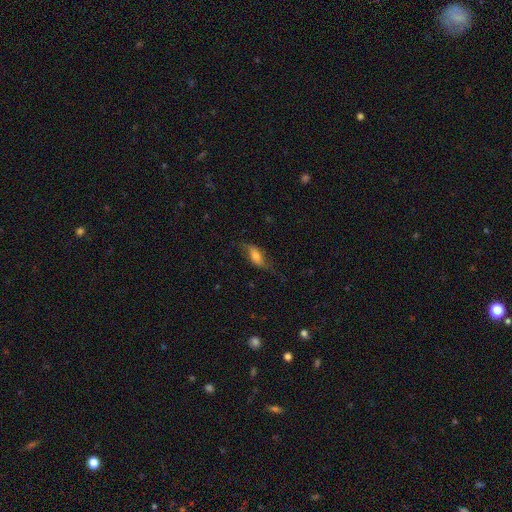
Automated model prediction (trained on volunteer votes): Smooth or featured: smooth — 49% (featured or disk — 42%)
Merging: none — 59% (minor disturbance — 23%)